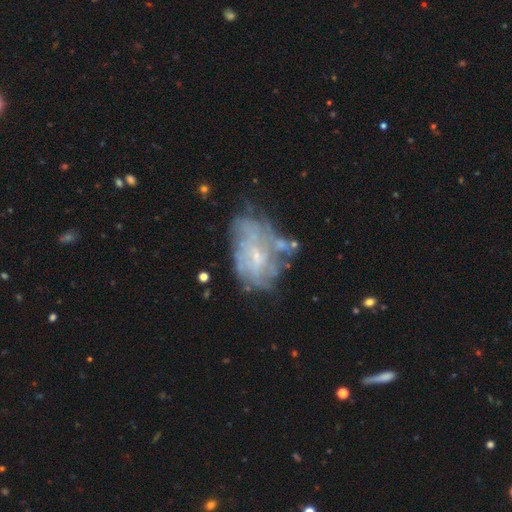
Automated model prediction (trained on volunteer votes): Smooth or featured: featured or disk — 70% (smooth — 19%)
Edge-on disk: no — 97% (yes — 3%)
Bar: no — 63% (weak — 31%)
Spiral arms: yes — 55% (no — 45%)
Bulge size: small — 65% (moderate — 19%)
Merging: none — 45% (minor disturbance — 25%)